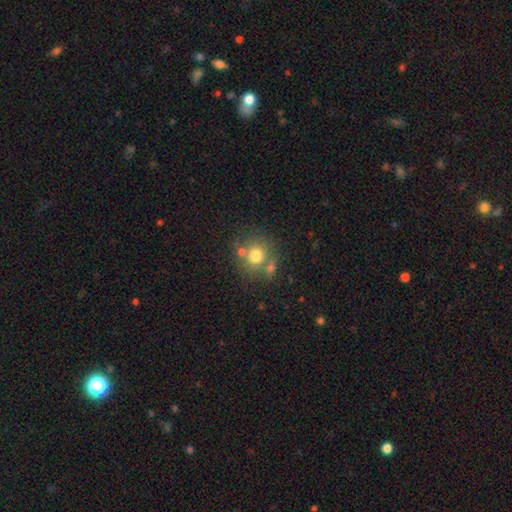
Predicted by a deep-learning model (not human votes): Smooth or featured: smooth — 73% (featured or disk — 14%)
How rounded: round — 86% (in between — 13%)
Merging: none — 62% (merger — 21%)